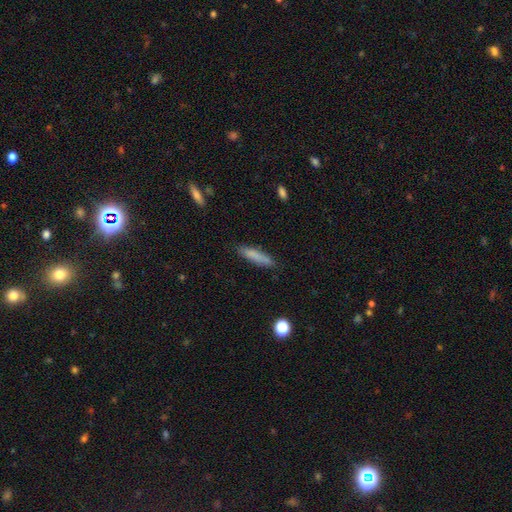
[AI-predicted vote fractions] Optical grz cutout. It shows a smooth galaxy with no disk features (80%) that is cigar-shaped (83%). Merging: none (85%).